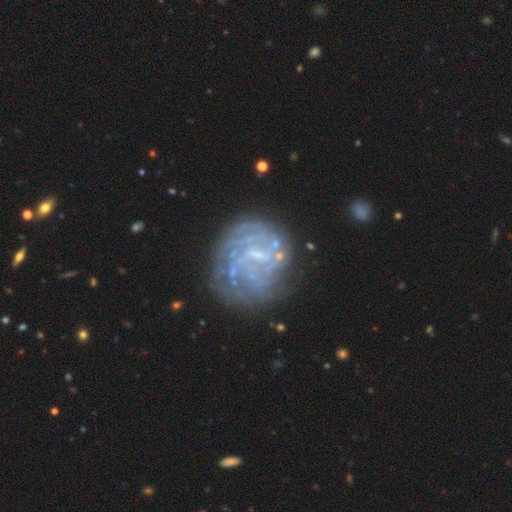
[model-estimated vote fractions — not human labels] Smooth or featured: featured or disk — 76% (smooth — 15%)
Edge-on disk: no — 98% (yes — 2%)
Bar: weak — 46% (no — 41%)
Spiral arms: yes — 68% (no — 32%)
Spiral winding: tight — 60% (medium — 27%)
Spiral arm count: can't tell — 56% (4 — 11%)
Bulge size: small — 44% (none — 41%)
Merging: none — 62% (minor disturbance — 19%)